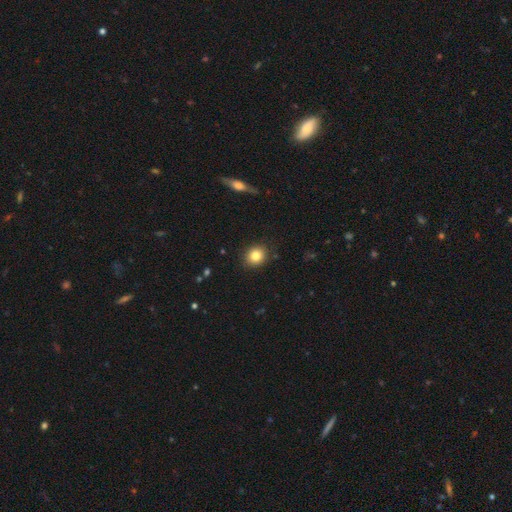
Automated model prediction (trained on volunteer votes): A smooth galaxy with no disk features (83%) that is round (77%).

Vote fractions:
- Smooth or featured? smooth: 83% / star or artifact: 10% / featured or disk: 7%
- How rounded? round: 77% / in between: 22% / cigar-shaped: 1%
- Merging? none: 89% / minor disturbance: 8% / major disturbance: 2% / merger: 1%